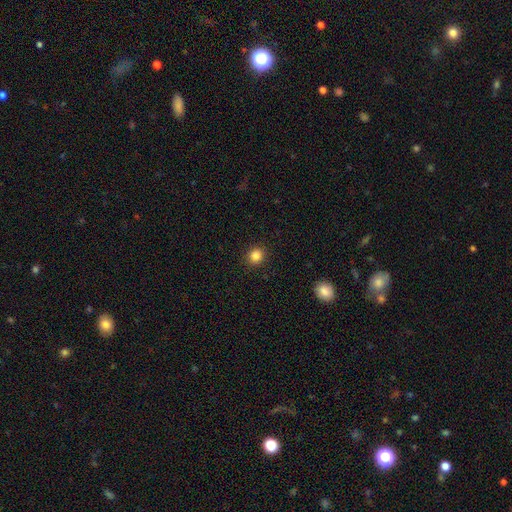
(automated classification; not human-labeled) A smooth galaxy with no disk features (85%) that is round (82%). Merging: none (91%).